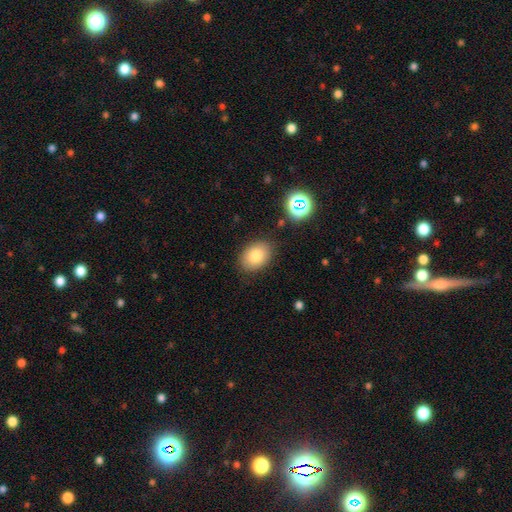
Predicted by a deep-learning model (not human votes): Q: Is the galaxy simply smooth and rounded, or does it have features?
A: smooth — 81%.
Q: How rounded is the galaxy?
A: in between — 77%.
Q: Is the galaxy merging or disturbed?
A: none — 85%.